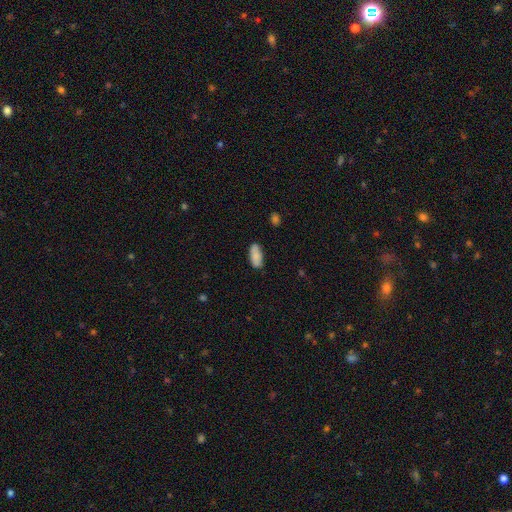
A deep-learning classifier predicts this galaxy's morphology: Smooth or featured? smooth (86%)
How rounded? in between (85%)
Merging? none (83%)